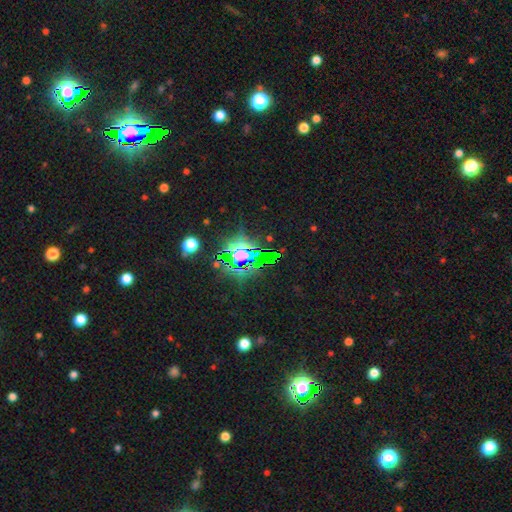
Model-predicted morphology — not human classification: Q: Smooth or featured?
A: star or artifact (77%); runner-up: smooth (13%)